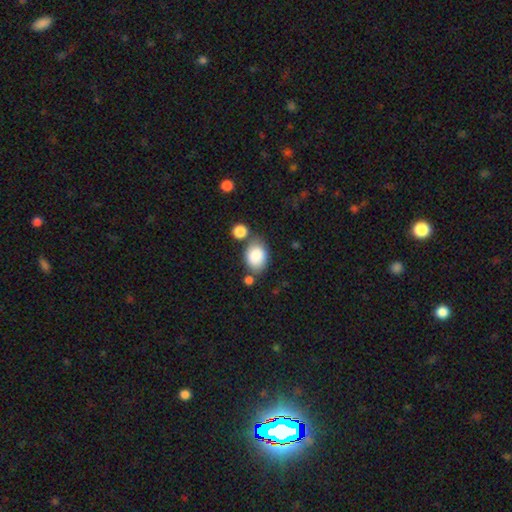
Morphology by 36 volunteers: type=smooth (92%); roundness=in between (73%); merging=none (54%).